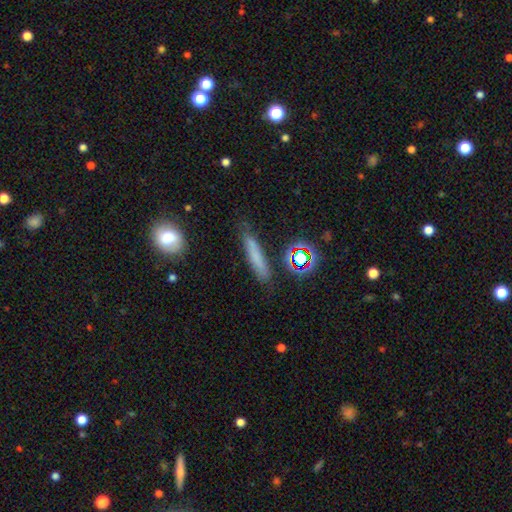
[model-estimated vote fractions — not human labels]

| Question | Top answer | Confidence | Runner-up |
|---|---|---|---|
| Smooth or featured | smooth | 65% | featured or disk (20%) |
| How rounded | cigar-shaped | 84% | in between (10%) |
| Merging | none | 75% | minor disturbance (17%) |